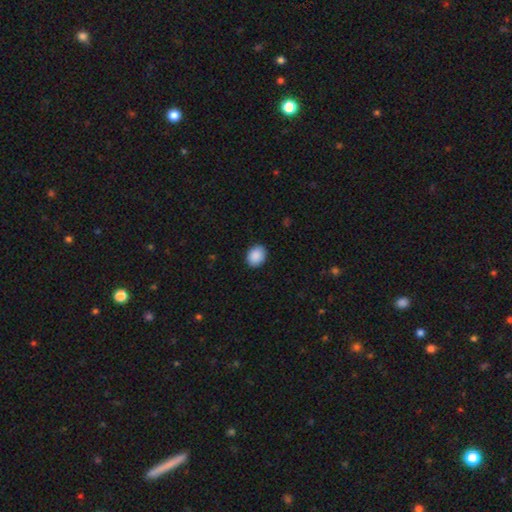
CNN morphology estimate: Smooth or featured? Predicted: smooth (p=0.90). How rounded? Predicted: in between (p=0.50). Merging? Predicted: none (p=0.89).